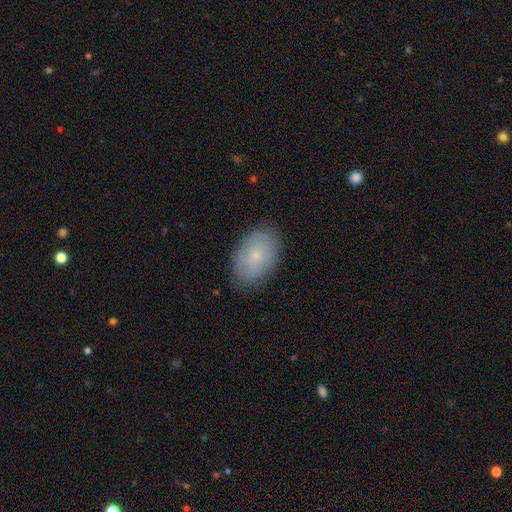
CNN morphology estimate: The model was most divided on "smooth or featured": smooth: 69%, featured or disk: 23%, star or artifact: 7%. More confident: how rounded — in between (90%); merging — none (83%).